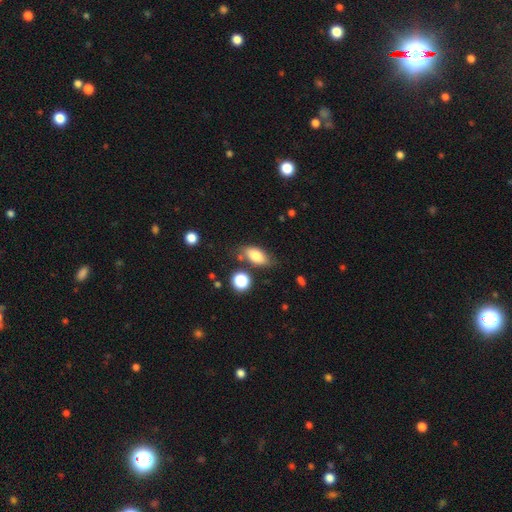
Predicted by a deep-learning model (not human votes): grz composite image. It shows a smooth galaxy with no disk features (77%) that is in between round and cigar-shaped (84%). Merging: none (70%).